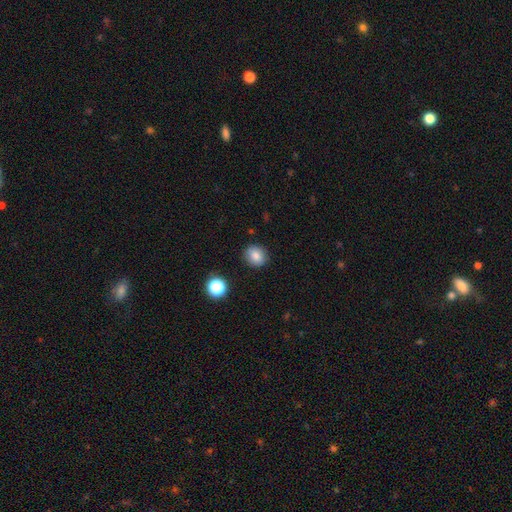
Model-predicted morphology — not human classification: A smooth galaxy with no disk features (83%) that is round (80%).

Vote fractions:
- Smooth or featured? smooth: 83% / star or artifact: 11% / featured or disk: 6%
- How rounded? round: 80% / in between: 19% / cigar-shaped: 1%
- Merging? none: 89% / minor disturbance: 7% / major disturbance: 2% / merger: 2%